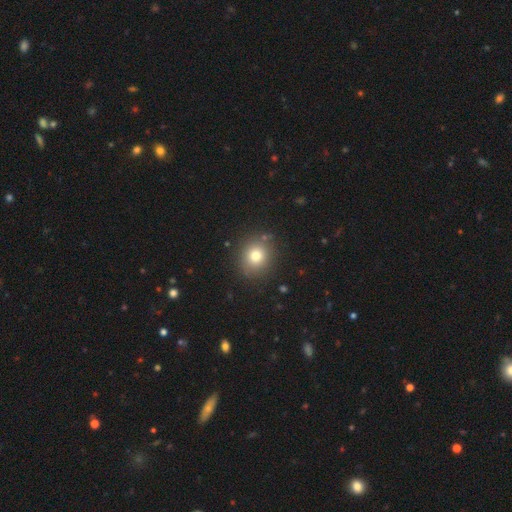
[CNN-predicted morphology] Smooth or featured? smooth (78%)
How rounded? round (81%)
Merging? none (86%)